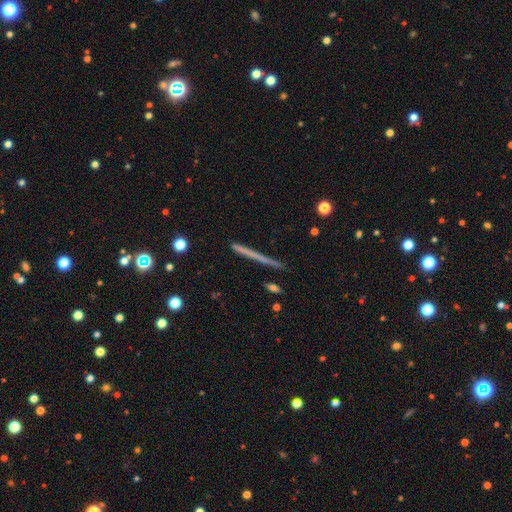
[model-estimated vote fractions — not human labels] Smooth or featured? Predicted: smooth (p=0.48). Merging? Predicted: none (p=0.86).